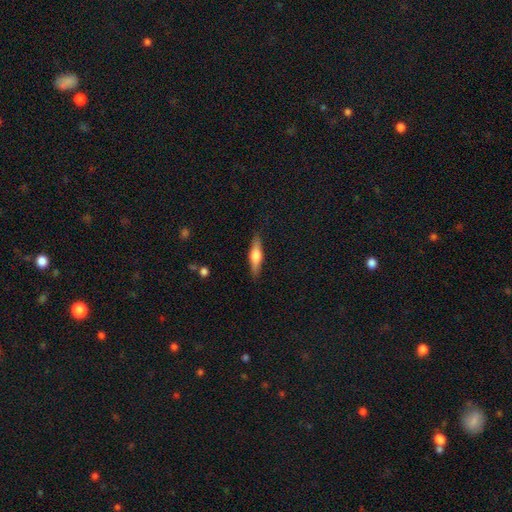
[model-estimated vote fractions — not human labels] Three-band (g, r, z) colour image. It shows a featured or disk galaxy (51%) viewed edge-on (95%). Merging: none (87%).